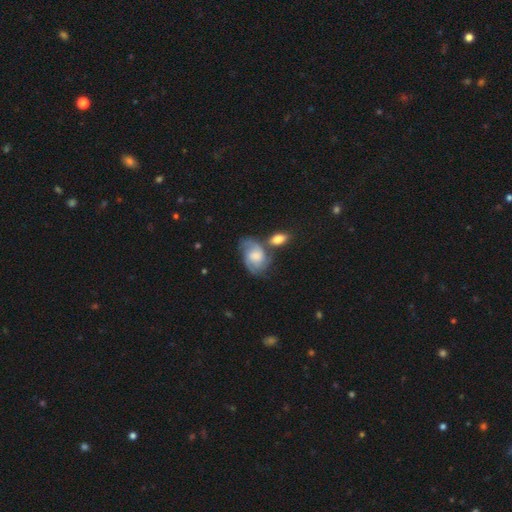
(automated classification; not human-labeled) This appears to be a featured or disk galaxy (63%) with no bar (59%), 2 (51%) medium (46%) spiral arms (89%) and a moderate central bulge (32%). Merging: none (46%).